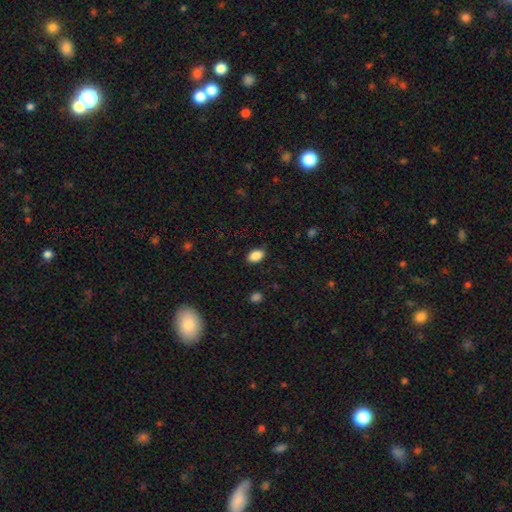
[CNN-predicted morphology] Overall: smooth (88%). How rounded: in between (89%). Merging: none (87%).